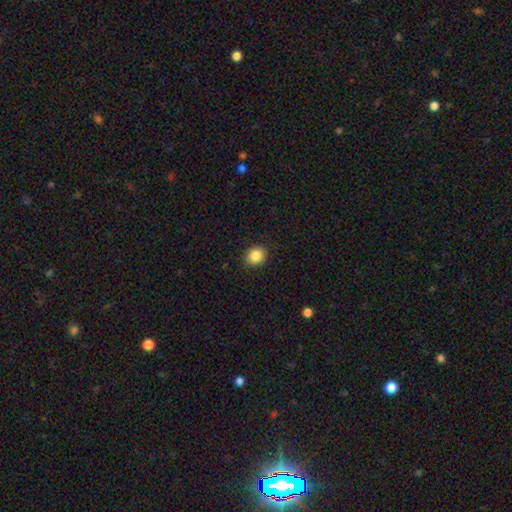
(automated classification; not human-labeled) This appears to be a smooth galaxy with no disk features (86%) that is round (72%). Merging: none (88%).